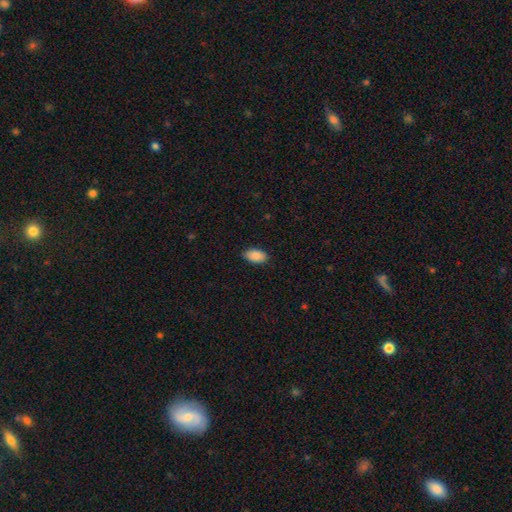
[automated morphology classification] smooth-or-featured: smooth: 89% | star or artifact: 7% | featured or disk: 4%
  how-rounded: in between: 94% | round: 4% | cigar-shaped: 2%
  merging: none: 84% | minor disturbance: 12% | major disturbance: 2% | merger: 1%